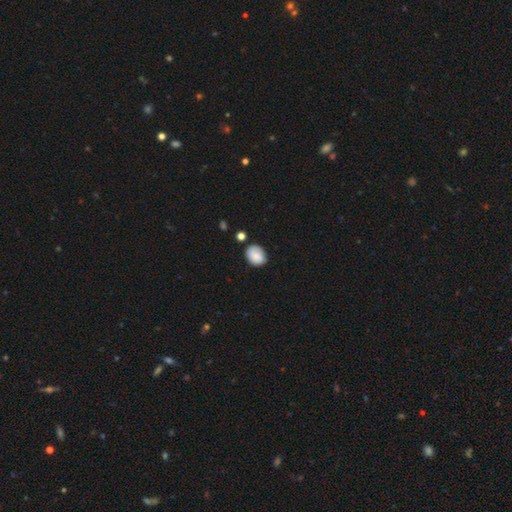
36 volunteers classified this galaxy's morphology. smooth-or-featured: smooth: 86% | featured or disk: 14% | star or artifact: 0%
  how-rounded: in between: 55% | round: 45% | cigar-shaped: 0%
  merging: none: 67% | minor disturbance: 25% | merger: 6% | major disturbance: 3%